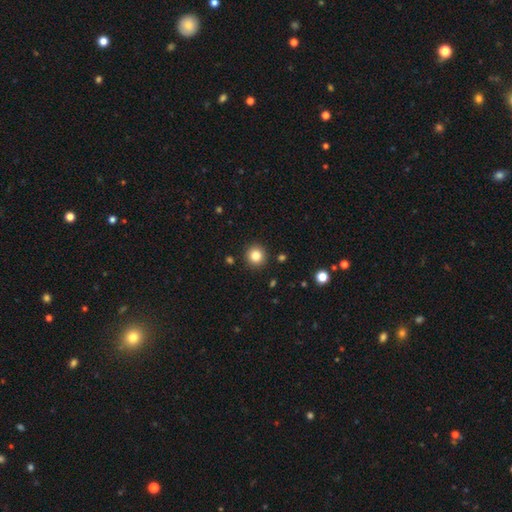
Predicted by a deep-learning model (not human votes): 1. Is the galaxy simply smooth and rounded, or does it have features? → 83% smooth, 11% star or artifact, 6% featured or disk.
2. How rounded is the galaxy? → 94% round, 5% in between, 1% cigar-shaped.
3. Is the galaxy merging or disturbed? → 91% none, 5% minor disturbance, 2% major disturbance, 2% merger.